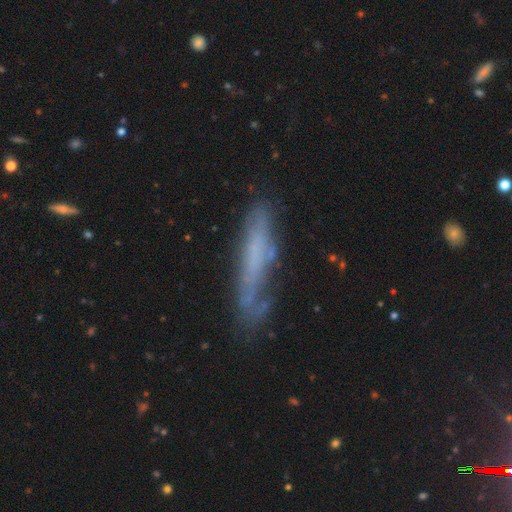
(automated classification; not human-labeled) The model was most divided on "smooth or featured": featured or disk: 46%, smooth: 44%, star or artifact: 11%. More confident: merging — none (55%).